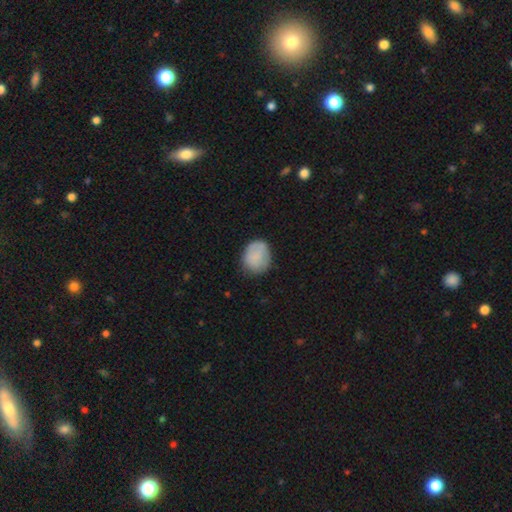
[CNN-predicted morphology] Smooth or featured? smooth (83%)
How rounded? round (59%)
Merging? none (70%)